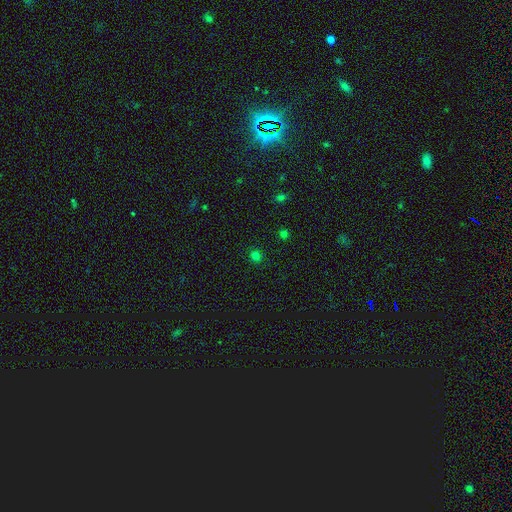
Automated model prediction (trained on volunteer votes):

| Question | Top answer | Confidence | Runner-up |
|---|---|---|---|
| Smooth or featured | smooth | 76% | star or artifact (20%) |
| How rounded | round | 86% | in between (13%) |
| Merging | none | 90% | minor disturbance (7%) |